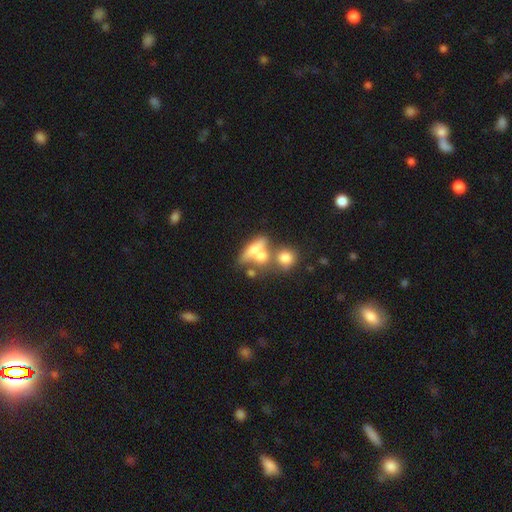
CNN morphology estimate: Smooth or featured? smooth (40%)
Merging? merger (47%)